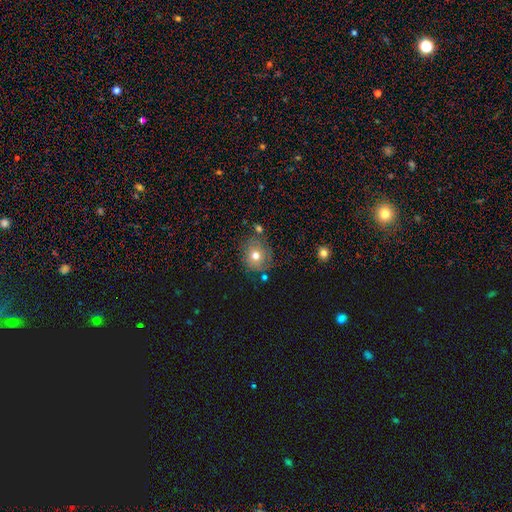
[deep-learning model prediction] This appears to be a smooth galaxy with no disk features (70%) that is round (84%). Merging: none (75%).